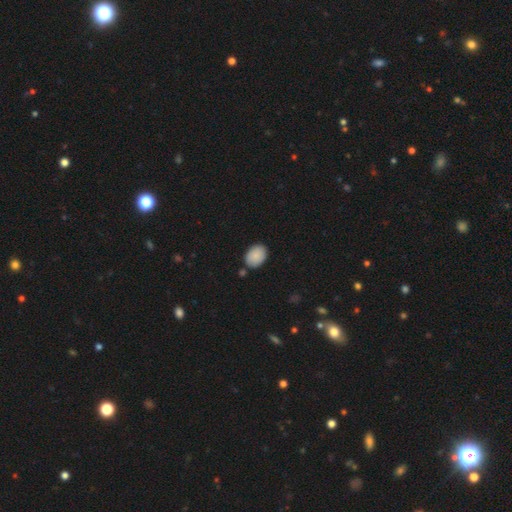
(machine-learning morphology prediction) Smooth or featured? Predicted: smooth (p=0.88). How rounded? Predicted: in between (p=0.78). Merging? Predicted: none (p=0.78).